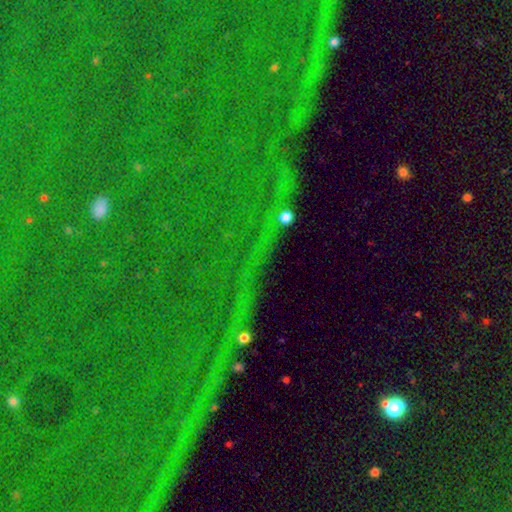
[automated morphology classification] This appears to be a star or artifact, not a galaxy (84%).